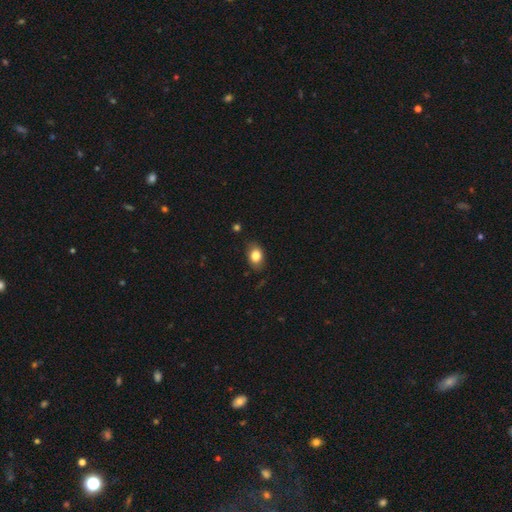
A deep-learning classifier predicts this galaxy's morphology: A smooth galaxy with no disk features (82%) that is in between round and cigar-shaped (76%). Merging: none (81%).